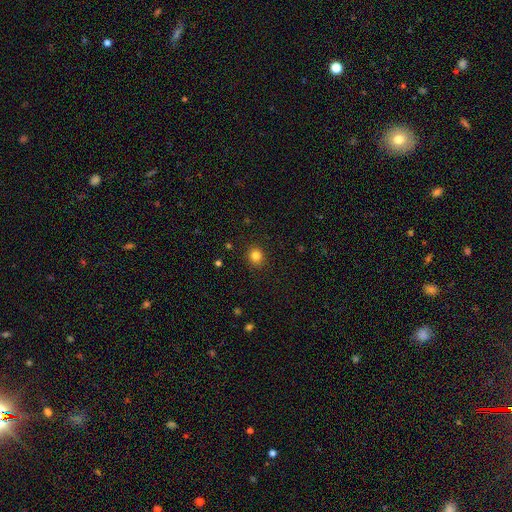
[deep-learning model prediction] smooth-or-featured: smooth: 83% | star or artifact: 12% | featured or disk: 5%
  how-rounded: round: 85% | in between: 14% | cigar-shaped: 1%
  merging: none: 91% | minor disturbance: 6% | major disturbance: 2% | merger: 1%